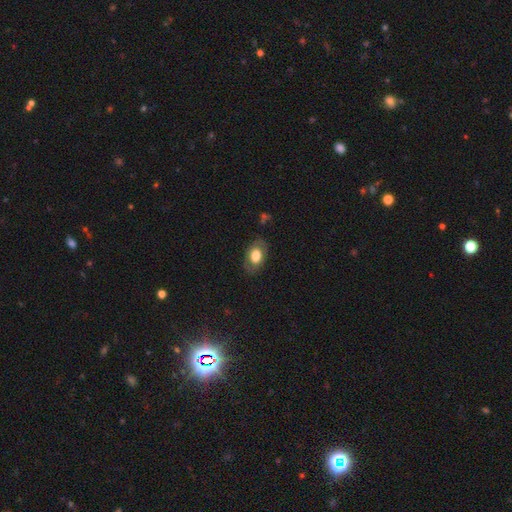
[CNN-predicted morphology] A smooth galaxy with no disk features (66%) that is in between round and cigar-shaped (86%). Merging: none (79%).